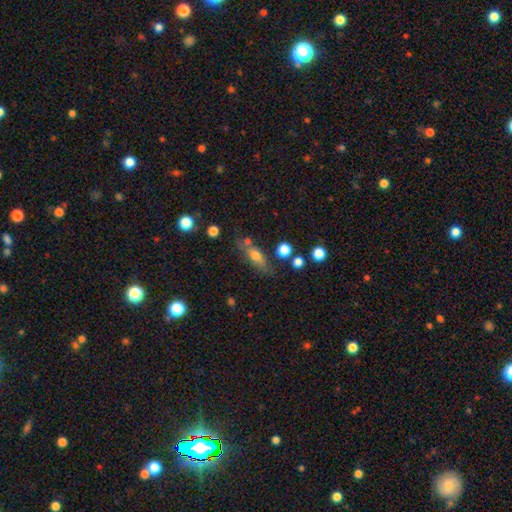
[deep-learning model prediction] Smooth or featured? Predicted: smooth (p=0.65). How rounded? Predicted: in between (p=0.61). Merging? Predicted: none (p=0.59).